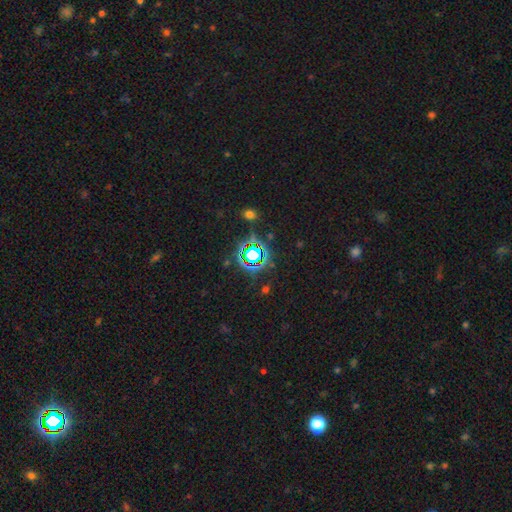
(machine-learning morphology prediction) A star or artifact, not a galaxy (73%).